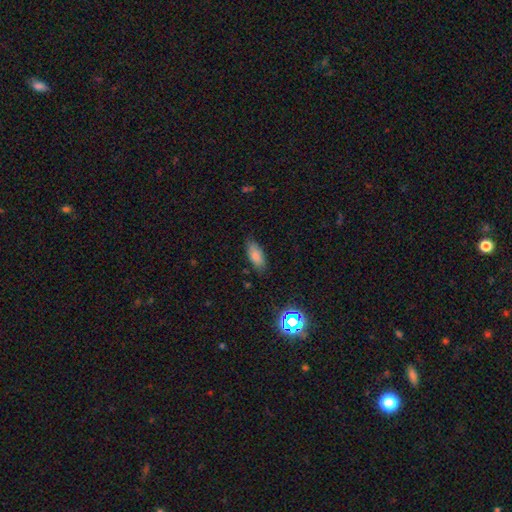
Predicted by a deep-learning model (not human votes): A smooth galaxy with no disk features (81%) that is in between round and cigar-shaped (81%). Merging: none (81%).